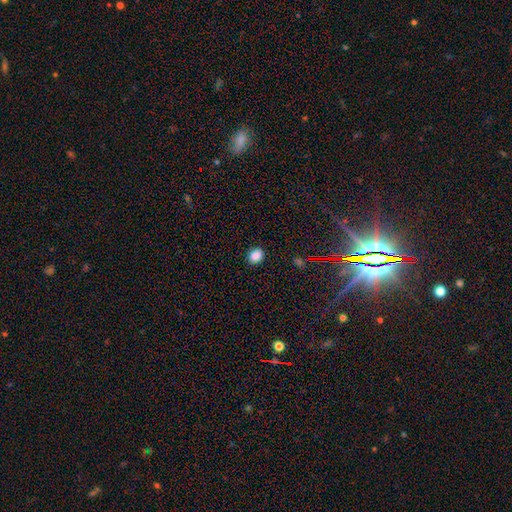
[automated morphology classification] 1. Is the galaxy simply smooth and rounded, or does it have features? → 86% smooth, 11% star or artifact, 3% featured or disk.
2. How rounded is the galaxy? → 61% round, 38% in between, 1% cigar-shaped.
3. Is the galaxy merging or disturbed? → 89% none, 7% minor disturbance, 2% major disturbance, 1% merger.